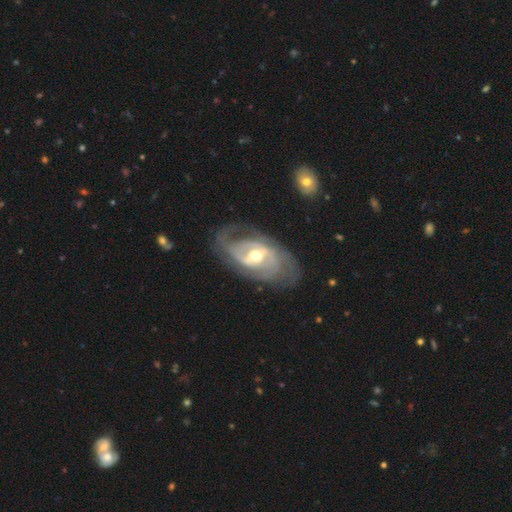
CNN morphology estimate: Q: Smooth or featured?
A: featured or disk (85%); runner-up: smooth (10%)
Q: Edge-on disk?
A: no (95%); runner-up: yes (5%)
Q: Bar?
A: weak (43%); runner-up: strong (30%)
Q: Spiral arms?
A: yes (87%); runner-up: no (13%)
Q: Spiral winding?
A: tight (50%); runner-up: medium (35%)
Q: Spiral arm count?
A: 2 (52%); runner-up: can't tell (26%)
Q: Bulge size?
A: moderate (70%); runner-up: small (21%)
Q: Merging?
A: none (70%); runner-up: minor disturbance (18%)